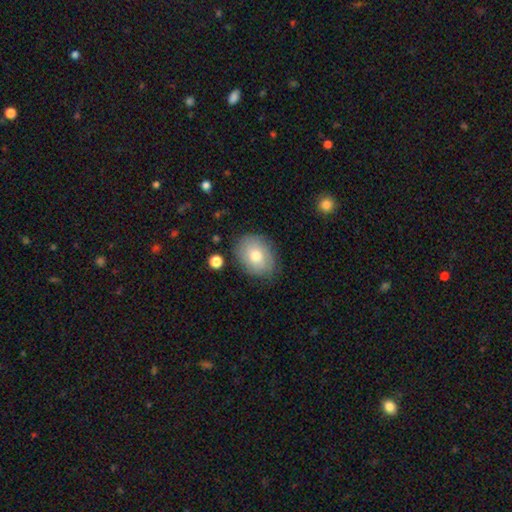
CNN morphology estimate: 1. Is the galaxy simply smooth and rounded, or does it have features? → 70% smooth, 22% featured or disk, 8% star or artifact.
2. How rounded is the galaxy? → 64% in between, 35% round, 1% cigar-shaped.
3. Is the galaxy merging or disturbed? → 80% none, 15% minor disturbance, 4% major disturbance, 2% merger.